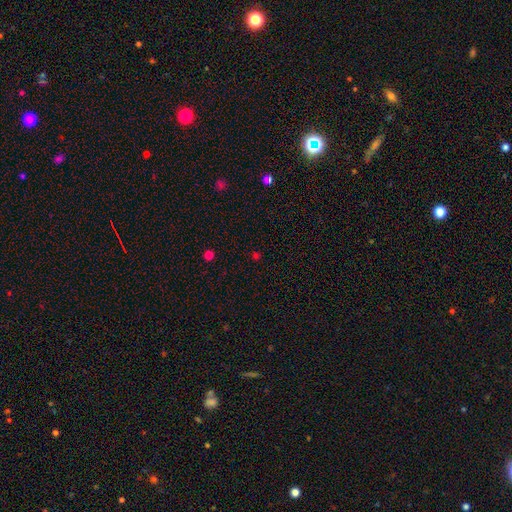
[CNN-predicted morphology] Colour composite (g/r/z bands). It shows a star or artifact, not a galaxy (48%).